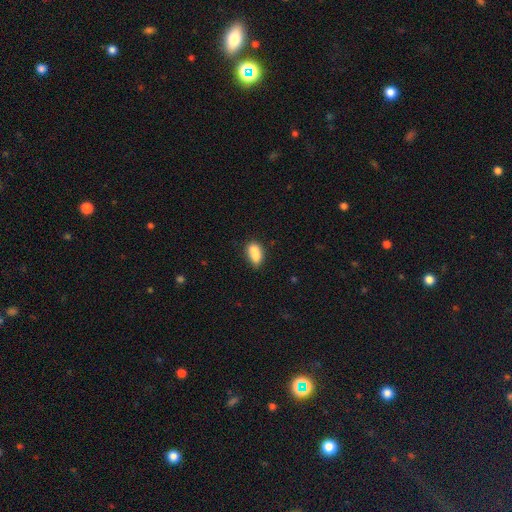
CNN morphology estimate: type=smooth (78%); roundness=in between (82%); merging=none (42%).